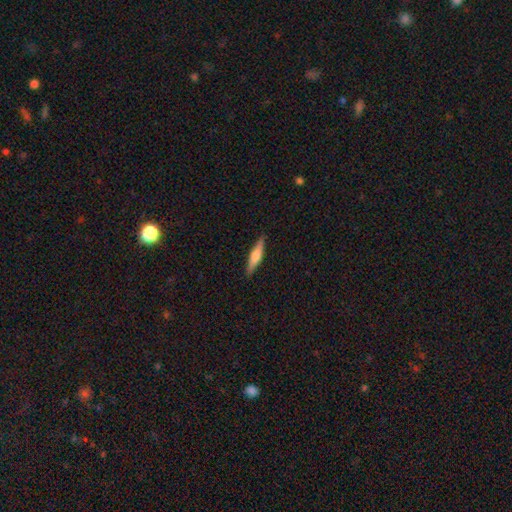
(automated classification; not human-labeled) Overall: smooth (52%; featured or disk 42%). How rounded: cigar-shaped (80%). Merging: none (90%).